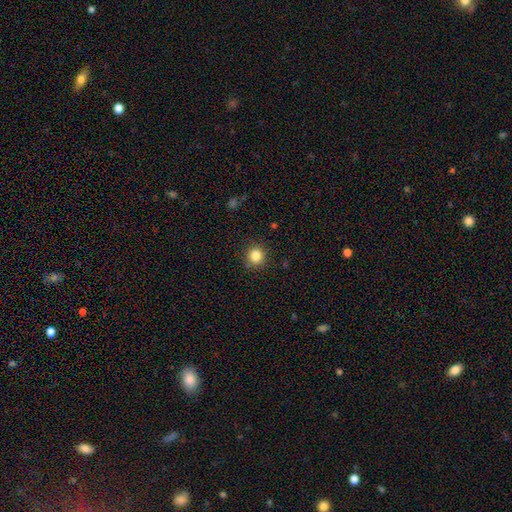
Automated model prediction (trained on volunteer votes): This appears to be a smooth galaxy with no disk features (84%) that is round (92%). Merging: none (88%).